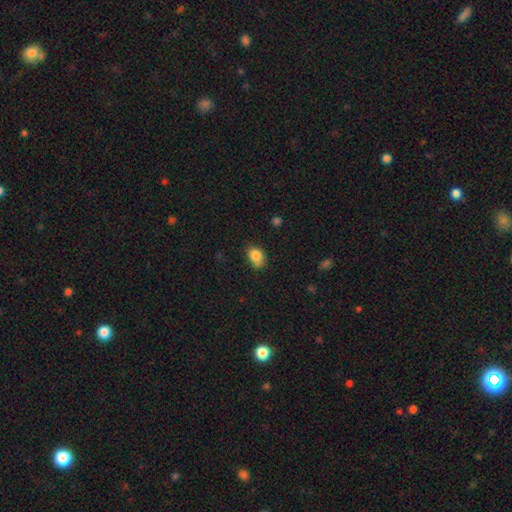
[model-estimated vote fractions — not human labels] Smooth or featured? smooth (84%)
How rounded? in between (72%)
Merging? none (64%)